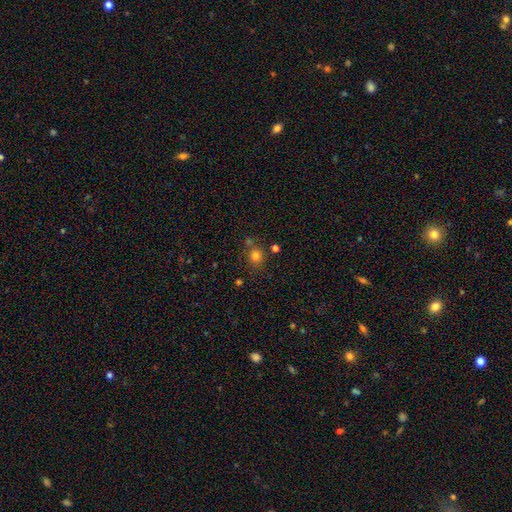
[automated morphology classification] Smooth or featured? smooth (78%)
How rounded? round (83%)
Merging? none (70%)